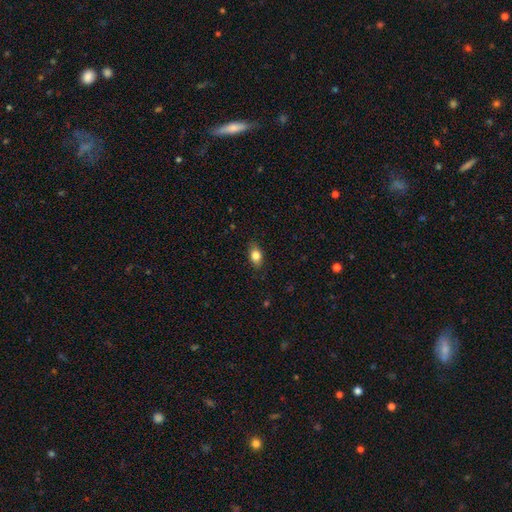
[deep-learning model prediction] Smooth or featured?
  - smooth: 82% *
  - featured or disk: 10%
  - star or artifact: 8%
How rounded?
  - in between: 82% *
  - round: 15%
  - cigar-shaped: 4%
Merging?
  - none: 85% *
  - minor disturbance: 12%
  - major disturbance: 2%
  - merger: 1%